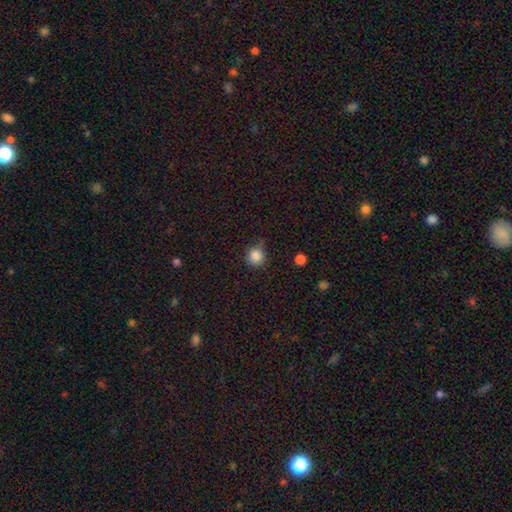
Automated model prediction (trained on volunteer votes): Morphology: type=smooth (84%); roundness=round (90%); merging=none (67%).